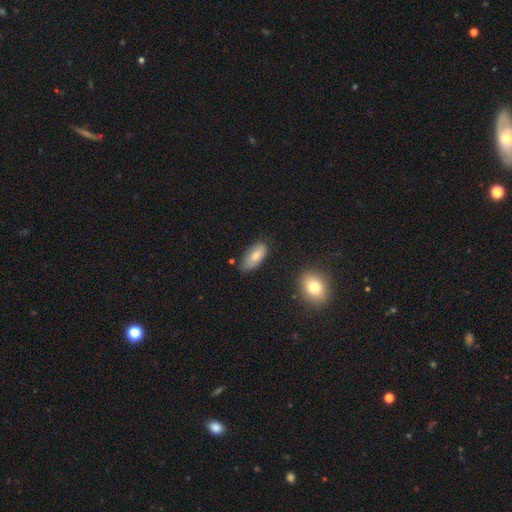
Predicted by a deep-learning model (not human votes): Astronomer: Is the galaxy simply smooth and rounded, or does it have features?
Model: smooth — 82%.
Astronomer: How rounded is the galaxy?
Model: in between — 87%.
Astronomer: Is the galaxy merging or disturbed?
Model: none — 73%.